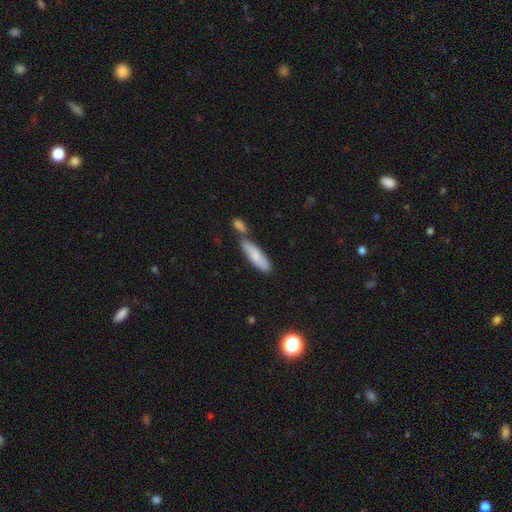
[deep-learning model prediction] Morphology: type=smooth (74%); roundness=cigar-shaped (61%); merging=none (44%).